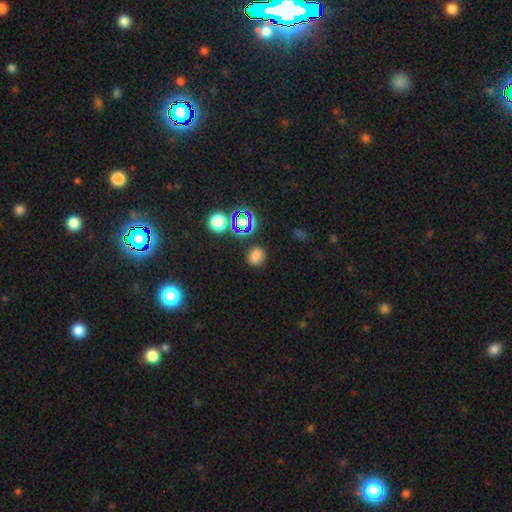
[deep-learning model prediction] Q: Smooth or featured?
A: smooth (71%); runner-up: star or artifact (23%)
Q: How rounded?
A: round (70%); runner-up: in between (29%)
Q: Merging?
A: none (81%); runner-up: minor disturbance (11%)